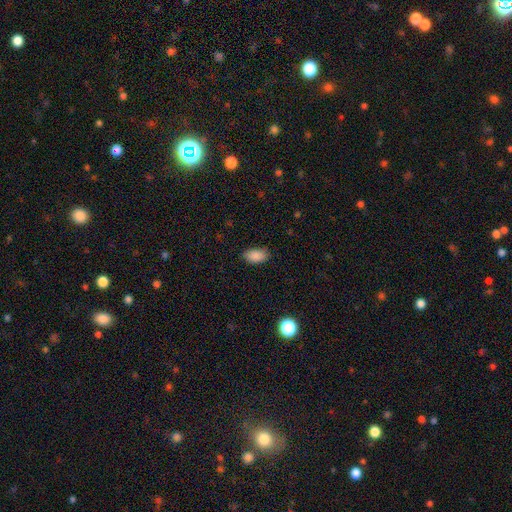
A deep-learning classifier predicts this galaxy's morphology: A smooth galaxy with no disk features (88%) that is in between round and cigar-shaped (93%).

Vote fractions:
- Smooth or featured? smooth: 88% / star or artifact: 8% / featured or disk: 4%
- How rounded? in between: 93% / round: 5% / cigar-shaped: 2%
- Merging? none: 85% / minor disturbance: 12% / major disturbance: 2% / merger: 1%